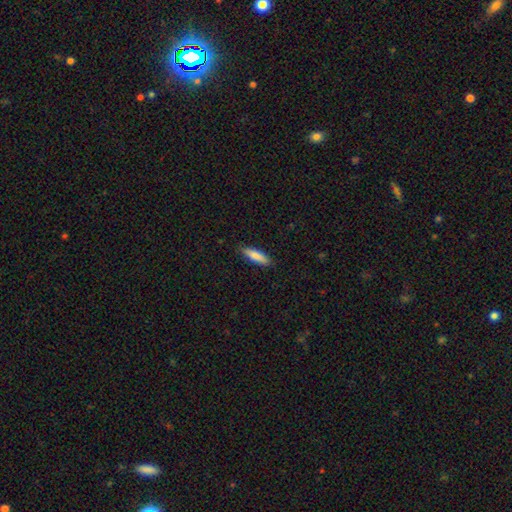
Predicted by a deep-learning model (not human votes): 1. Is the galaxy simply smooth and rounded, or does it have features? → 82% smooth, 12% featured or disk, 6% star or artifact.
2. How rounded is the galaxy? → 64% cigar-shaped, 35% in between, 2% round.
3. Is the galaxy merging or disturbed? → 85% none, 12% minor disturbance, 2% major disturbance, 1% merger.